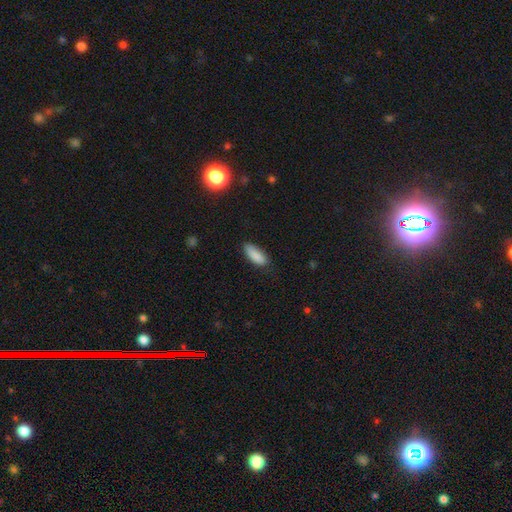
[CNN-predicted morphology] smooth-or-featured: smooth: 88% | star or artifact: 7% | featured or disk: 5%
  how-rounded: in between: 74% | cigar-shaped: 24% | round: 2%
  merging: none: 77% | minor disturbance: 19% | major disturbance: 3% | merger: 1%